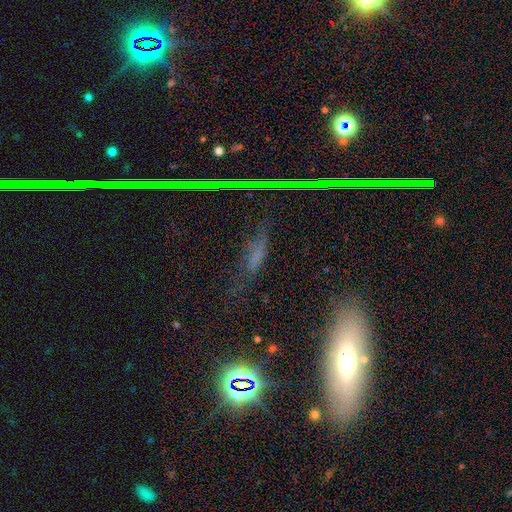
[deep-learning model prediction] Morphology: type=star or artifact (39%).